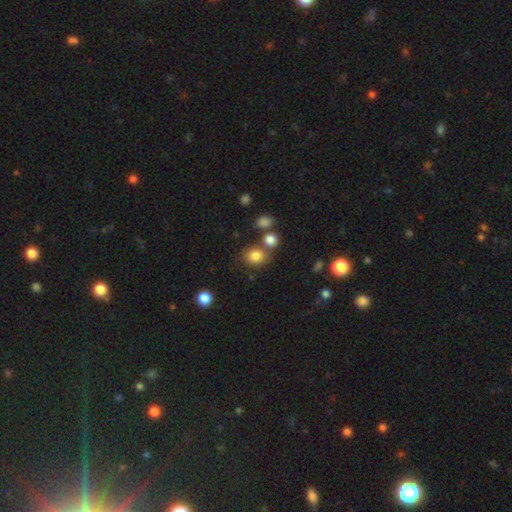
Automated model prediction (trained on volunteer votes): A smooth galaxy with no disk features (81%) that is round (66%).

Vote fractions:
- Smooth or featured? smooth: 81% / star or artifact: 12% / featured or disk: 7%
- How rounded? round: 66% / in between: 33% / cigar-shaped: 1%
- Merging? none: 66% / merger: 17% / minor disturbance: 12% / major disturbance: 4%